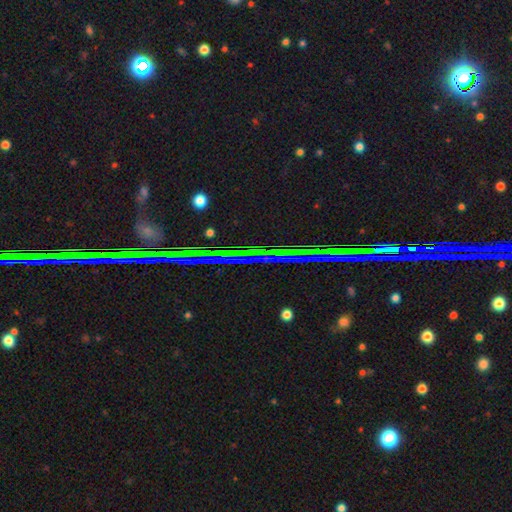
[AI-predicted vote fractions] The model was most divided on "smooth or featured": star or artifact: 87%, featured or disk: 8%, smooth: 6%.